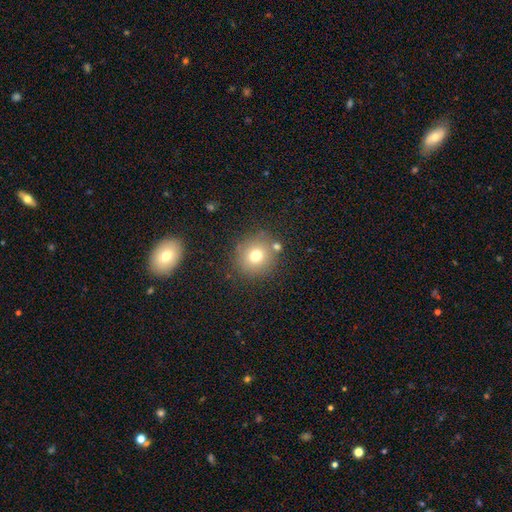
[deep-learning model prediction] Smooth or featured? smooth (72%)
How rounded? round (91%)
Merging? none (79%)